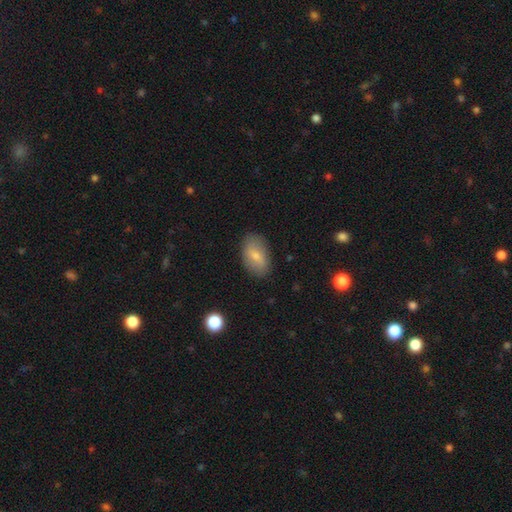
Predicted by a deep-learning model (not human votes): smooth-or-featured: smooth: 68% | featured or disk: 25% | star or artifact: 8%
  how-rounded: in between: 91% | round: 7% | cigar-shaped: 2%
  merging: none: 82% | minor disturbance: 13% | major disturbance: 3% | merger: 1%